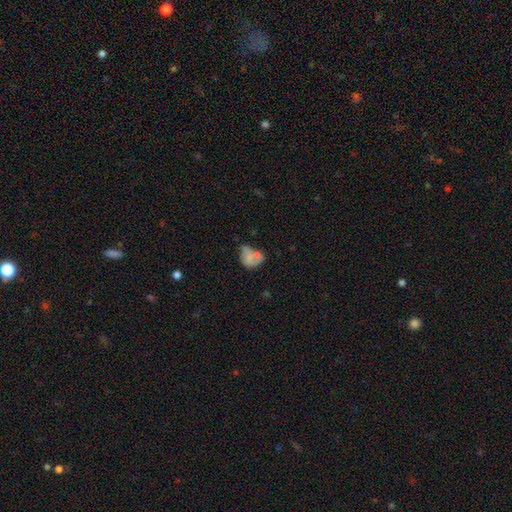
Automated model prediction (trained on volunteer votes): This is possibly a smooth galaxy (50%). How rounded: possibly in between (57%). Merging: marginally none (38%).